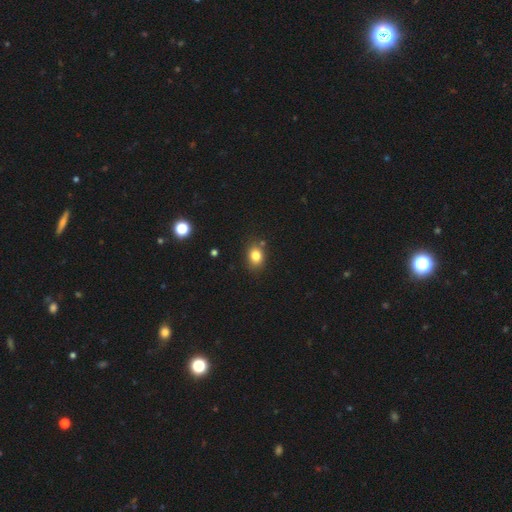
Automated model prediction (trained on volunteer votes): Morphology: type=smooth (81%); roundness=in between (59%); merging=none (80%).